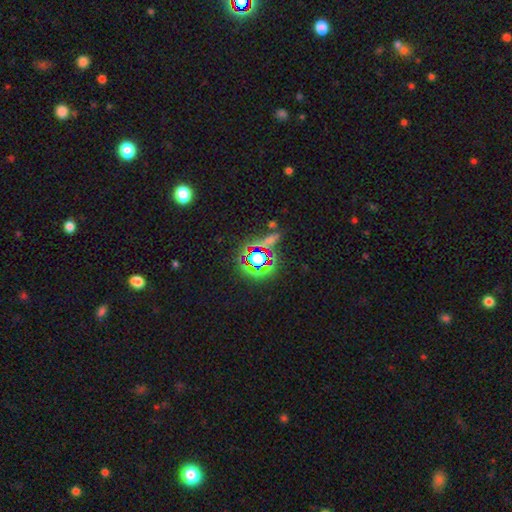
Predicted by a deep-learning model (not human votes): smooth_or_featured: star or artifact (p=0.73) [alt: smooth p=0.17]